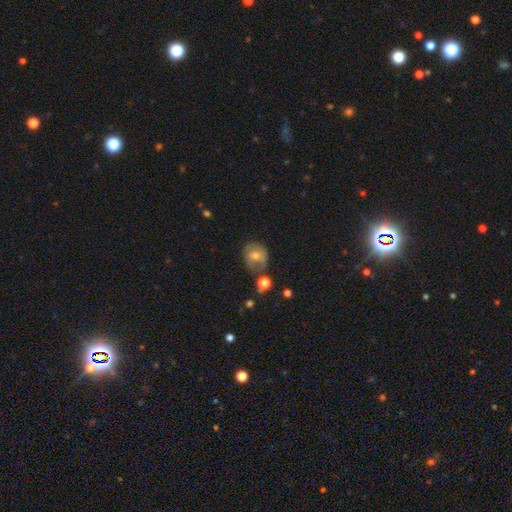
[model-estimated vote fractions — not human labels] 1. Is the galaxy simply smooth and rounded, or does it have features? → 61% smooth, 28% featured or disk, 10% star or artifact.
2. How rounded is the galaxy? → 68% round, 31% in between, 1% cigar-shaped.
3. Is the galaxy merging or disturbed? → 52% none, 27% minor disturbance, 11% major disturbance, 10% merger.